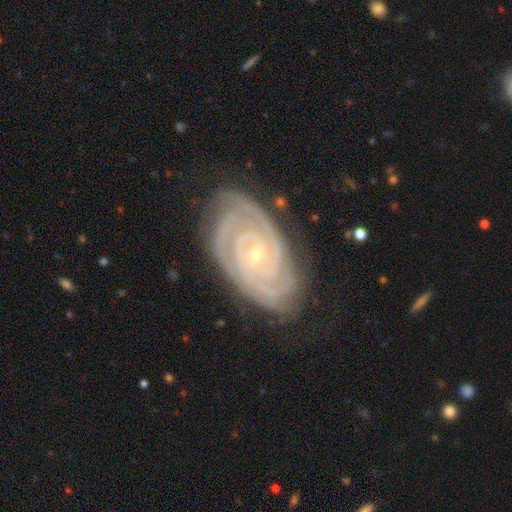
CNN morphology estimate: A featured or disk galaxy (91%) with no bar (65%), 2 (44%) tight (86%) spiral arms (99%) and a small central bulge (79%). Merging: none (79%).